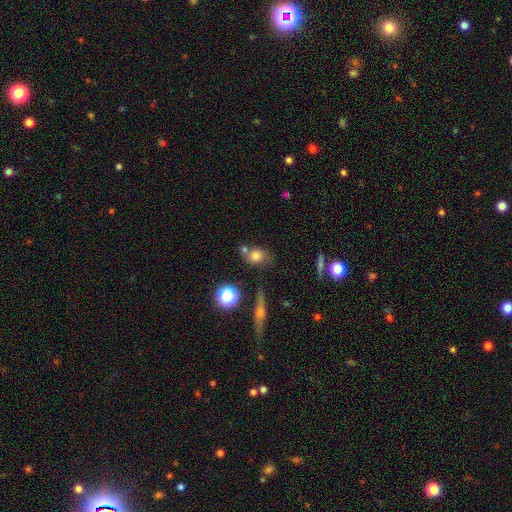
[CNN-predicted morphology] Overall: smooth (74%). How rounded: round (53%; in between 44%). Merging: none (58%; merger 22%).